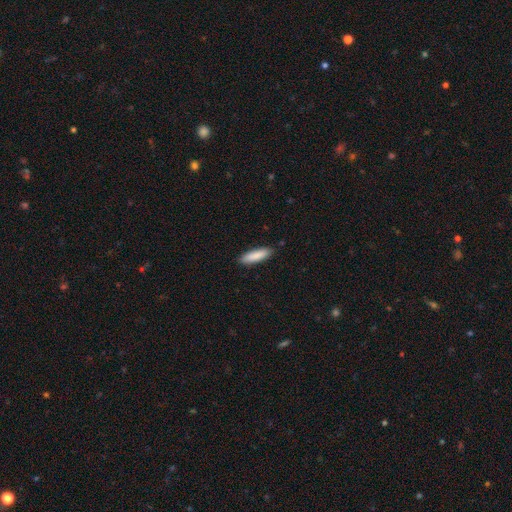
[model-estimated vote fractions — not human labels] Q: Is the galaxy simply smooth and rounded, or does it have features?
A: smooth — 87%.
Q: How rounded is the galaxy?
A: cigar-shaped — 67%.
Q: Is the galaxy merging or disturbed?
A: none — 88%.